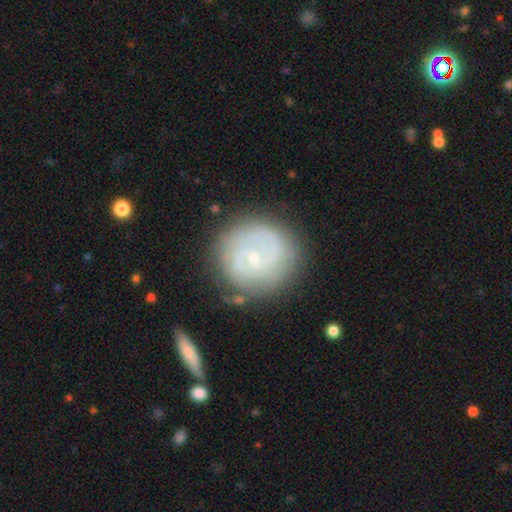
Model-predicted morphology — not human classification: This is likely a featured or disk galaxy (77%). It is clearly not viewed edge-on (98%). Bar: likely no (66%). Spiral arm pattern: clearly yes (92%). Spiral arm count: possibly 2 (49%). Spiral winding: likely tight (63%). Central bulge: clearly small (82%). Merging: likely none (78%).